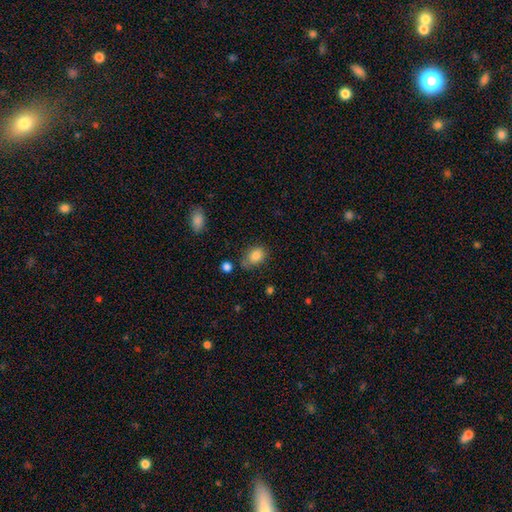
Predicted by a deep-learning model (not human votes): smooth-or-featured: smooth: 83% | star or artifact: 9% | featured or disk: 7%
  how-rounded: in between: 69% | round: 29% | cigar-shaped: 1%
  merging: none: 63% | minor disturbance: 26% | major disturbance: 6% | merger: 6%